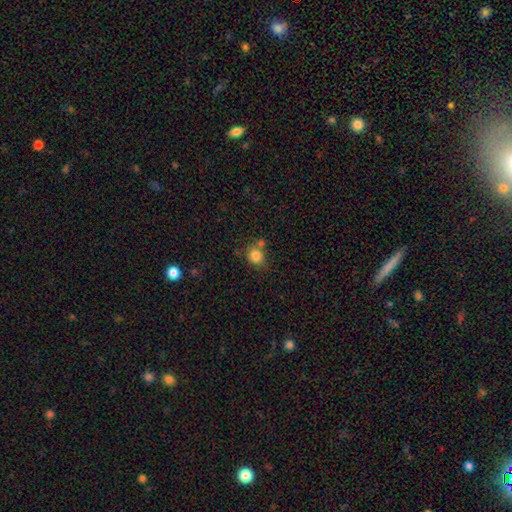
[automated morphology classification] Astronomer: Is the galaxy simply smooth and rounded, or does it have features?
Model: smooth — 83%.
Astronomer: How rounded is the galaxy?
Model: round — 80%.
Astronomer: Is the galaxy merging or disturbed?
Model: none — 58%.